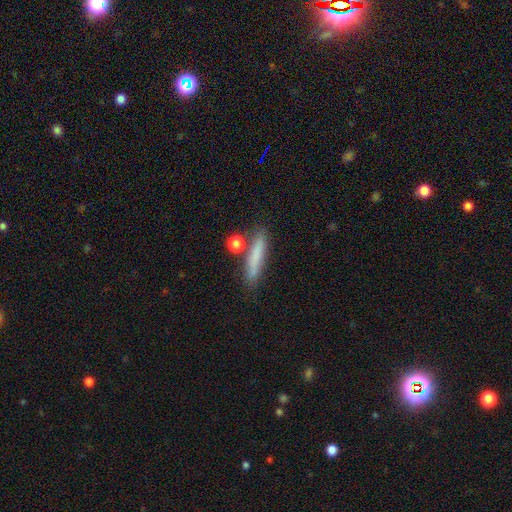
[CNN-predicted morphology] smooth 74%, featured or disk 17%, star or artifact 8%. Down the decision tree: how rounded — cigar-shaped (84%); merging — none (73%).